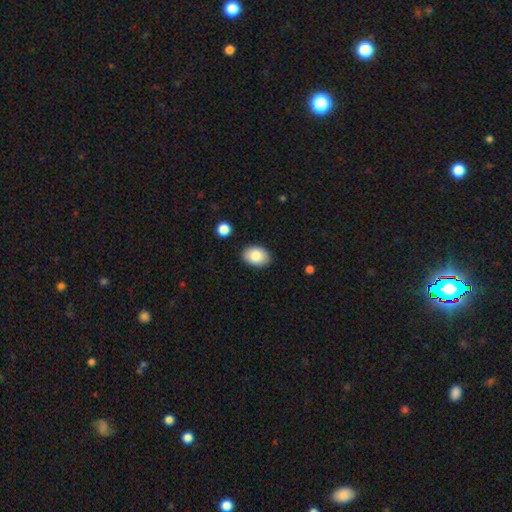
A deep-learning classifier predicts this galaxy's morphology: smooth 85%, featured or disk 8%, star or artifact 7%. Down the decision tree: how rounded — in between (84%); merging — none (87%).